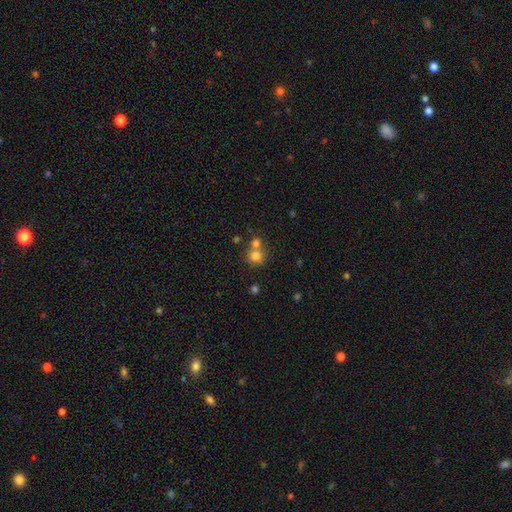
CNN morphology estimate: smooth-or-featured: smooth: 77% | star or artifact: 13% | featured or disk: 10%
  how-rounded: round: 87% | in between: 12% | cigar-shaped: 1%
  merging: none: 51% | merger: 40% | minor disturbance: 7% | major disturbance: 3%